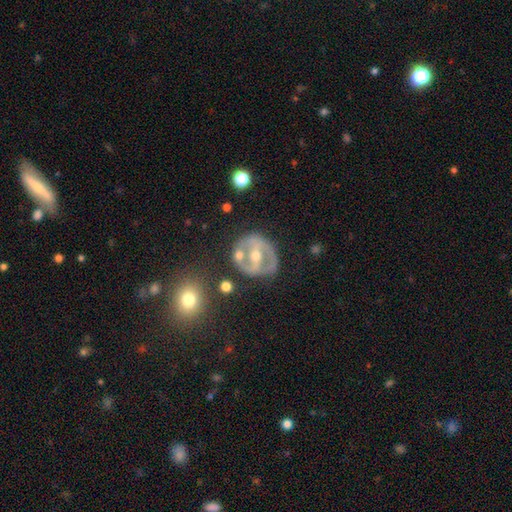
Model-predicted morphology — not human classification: Smooth or featured? Predicted: featured or disk (p=0.75). Edge-on disk? Predicted: no (p=0.95). Bar? Predicted: strong (p=0.52). Spiral arms? Predicted: no (p=0.51). Bulge size? Predicted: moderate (p=0.64). Merging? Predicted: none (p=0.67).